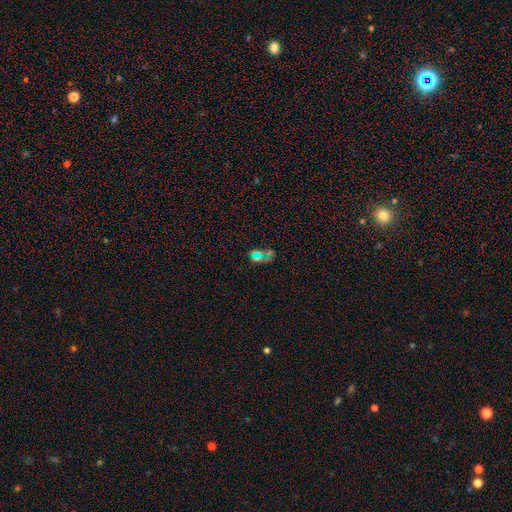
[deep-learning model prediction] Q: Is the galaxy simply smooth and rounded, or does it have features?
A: star or artifact — 42%.